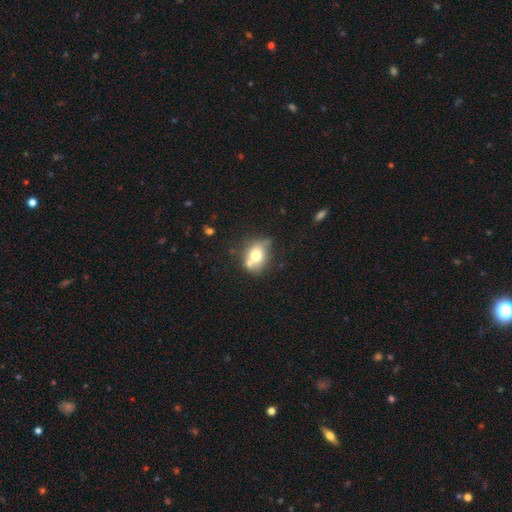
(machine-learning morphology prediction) Smooth or featured?
  - smooth: 68% *
  - featured or disk: 22%
  - star or artifact: 10%
How rounded?
  - in between: 52% *
  - round: 47%
  - cigar-shaped: 1%
Merging?
  - none: 48% *
  - merger: 27%
  - minor disturbance: 19%
  - major disturbance: 6%